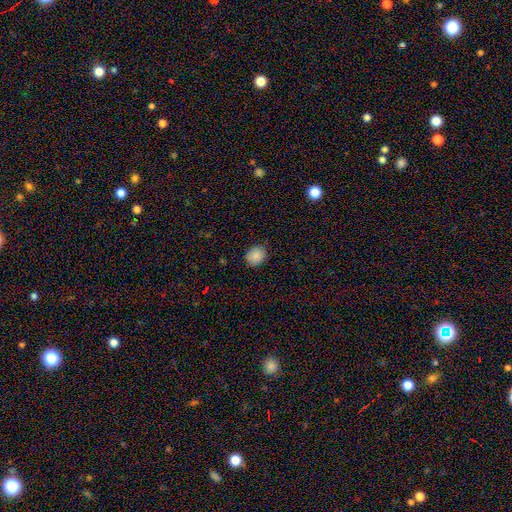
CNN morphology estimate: A smooth galaxy with no disk features (87%) that is round (68%). Merging: none (83%).